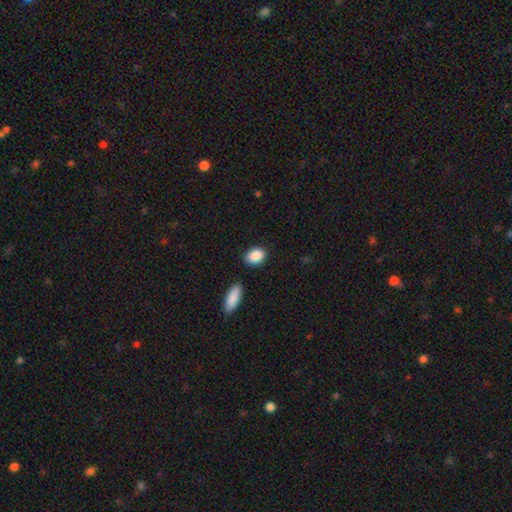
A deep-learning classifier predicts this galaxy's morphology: Overall: smooth (89%). How rounded: in between (78%). Merging: none (83%).